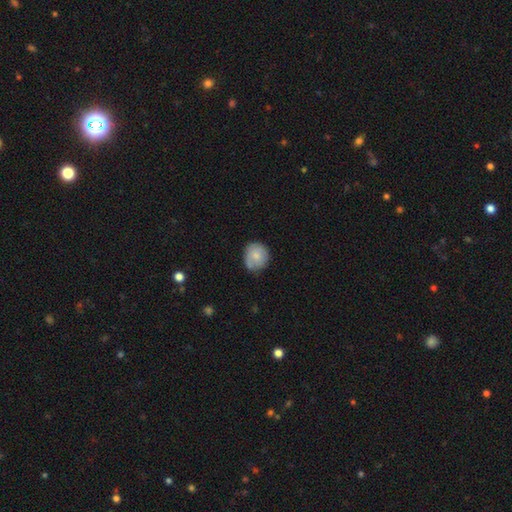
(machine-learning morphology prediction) smooth_or_featured: smooth (p=0.75) [alt: featured or disk p=0.18]
how_rounded: round (p=0.81) [alt: in between p=0.18]
merging: none (p=0.64) [alt: minor disturbance p=0.27]